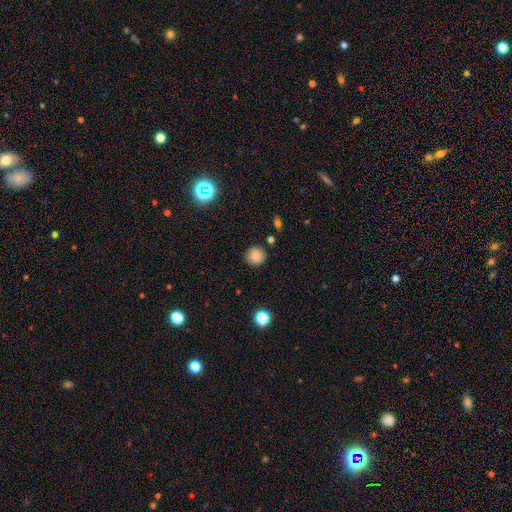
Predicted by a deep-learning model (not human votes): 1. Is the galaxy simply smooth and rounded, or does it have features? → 78% smooth, 11% star or artifact, 11% featured or disk.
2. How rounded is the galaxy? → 88% round, 11% in between, 1% cigar-shaped.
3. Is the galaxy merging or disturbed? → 84% none, 11% minor disturbance, 3% major disturbance, 2% merger.